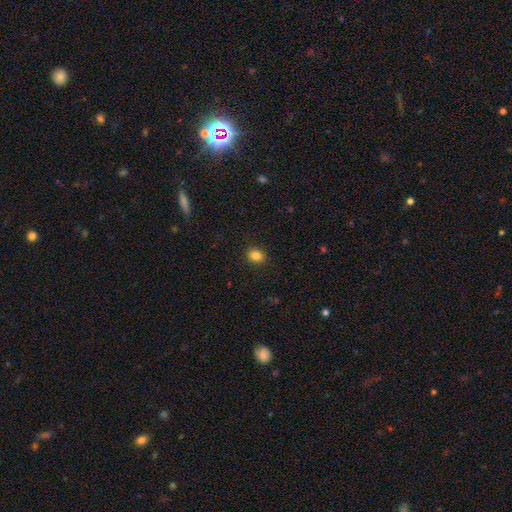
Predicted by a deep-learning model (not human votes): Overall: smooth (84%). How rounded: round (58%; in between 41%). Merging: none (89%).